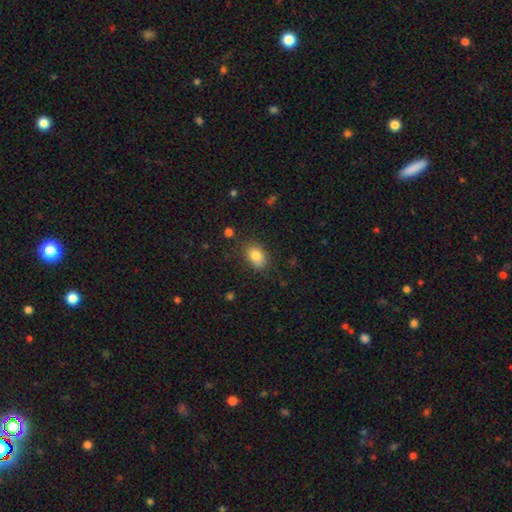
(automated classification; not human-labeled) Overall: smooth (83%). How rounded: in between (75%). Merging: none (79%).